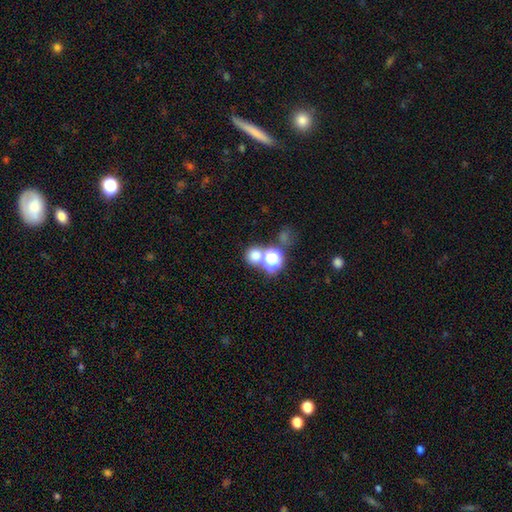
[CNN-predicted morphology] Overall: smooth (70%). How rounded: round (84%). Merging: none (56%; merger 32%).